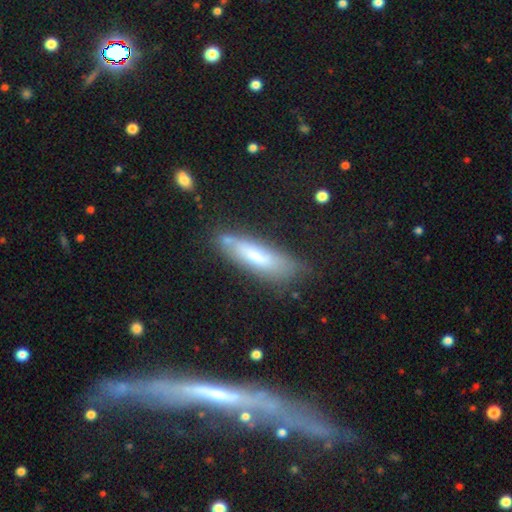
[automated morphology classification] This appears to be a smooth galaxy with no disk features (60%) that is cigar-shaped (64%). Merging: none (66%).